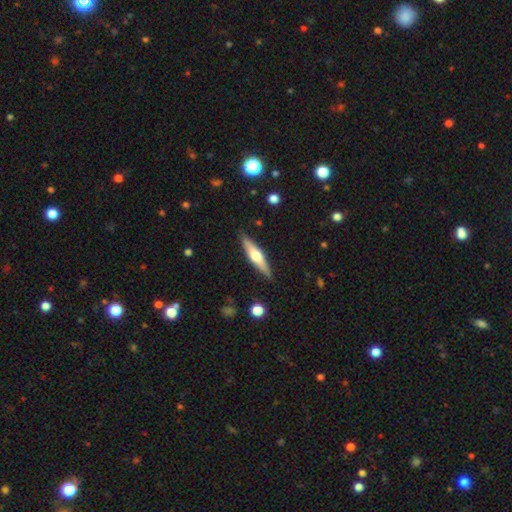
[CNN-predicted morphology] The model was most divided on "smooth or featured": featured or disk: 55%, smooth: 40%, star or artifact: 5%. More confident: edge-on disk — yes (94%); edge-on bulge — rounded (91%); merging — none (88%).